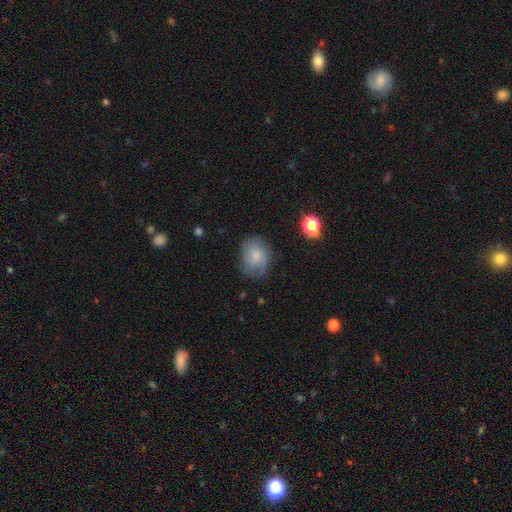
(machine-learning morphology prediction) smooth_or_featured: smooth (p=0.72) [alt: featured or disk p=0.19]
how_rounded: round (p=0.54) [alt: in between p=0.45]
merging: none (p=0.66) [alt: minor disturbance p=0.25]